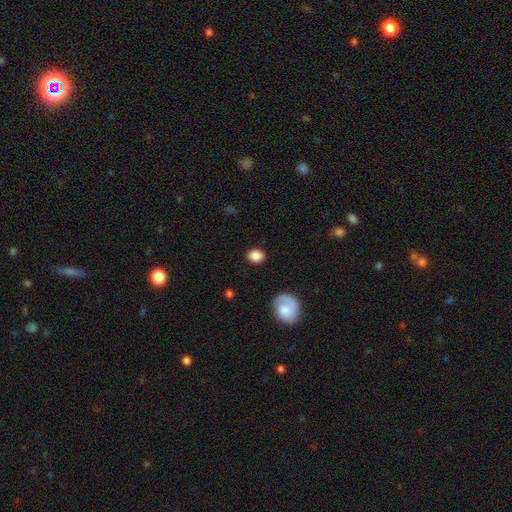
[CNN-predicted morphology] This is clearly a smooth galaxy (85%). How rounded: possibly in between (51%). Merging: clearly none (86%).